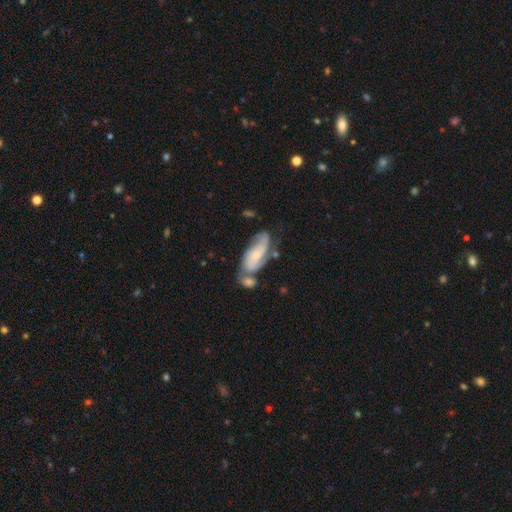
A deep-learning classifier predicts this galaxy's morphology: smooth-or-featured: featured or disk: 65% | smooth: 28% | star or artifact: 6%
  disk-edge-on: no: 91% | yes: 9%
    bar: no: 61% | weak: 30% | strong: 9%
    has-spiral-arms: yes: 89% | no: 11%
      spiral-winding: medium: 43% | tight: 33% | loose: 25%
      spiral-arm-count: 2: 67% | can't tell: 18% | 3: 7% | 1: 5% | 4: 2% | more than 4: 1%
    bulge-size: small: 61% | moderate: 32% | none: 4% | large: 2% | dominant: 1%
  merging: none: 38% | merger: 34% | minor disturbance: 19% | major disturbance: 9%